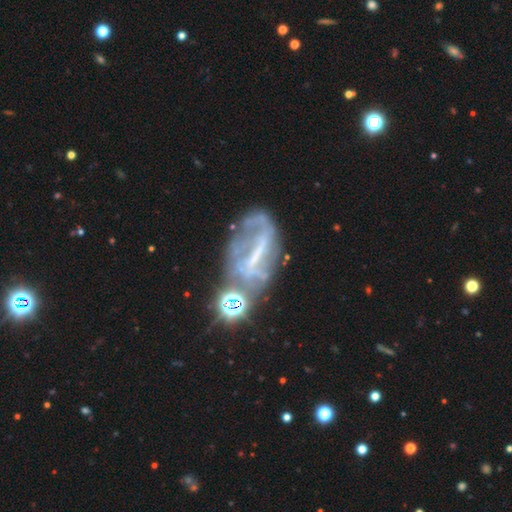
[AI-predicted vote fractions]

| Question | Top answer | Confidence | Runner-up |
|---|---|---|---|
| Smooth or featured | featured or disk | 68% | star or artifact (17%) |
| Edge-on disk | no | 93% | yes (7%) |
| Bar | strong | 48% | weak (32%) |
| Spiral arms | yes | 52% | no (48%) |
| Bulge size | none | 49% | small (33%) |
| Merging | none | 37% | major disturbance (28%) |